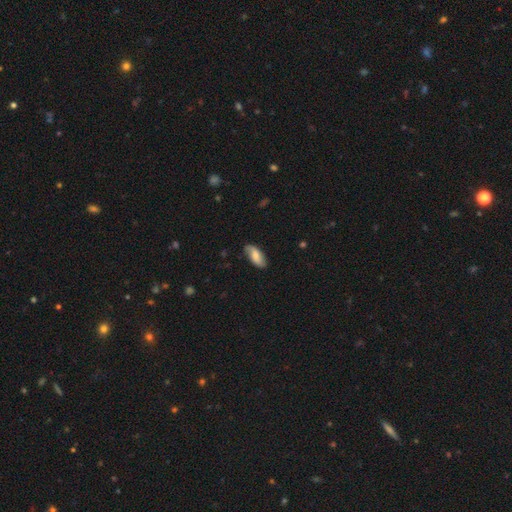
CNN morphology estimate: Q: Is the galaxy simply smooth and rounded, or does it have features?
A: smooth — 58%.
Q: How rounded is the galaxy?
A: in between — 88%.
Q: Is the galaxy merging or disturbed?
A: none — 78%.